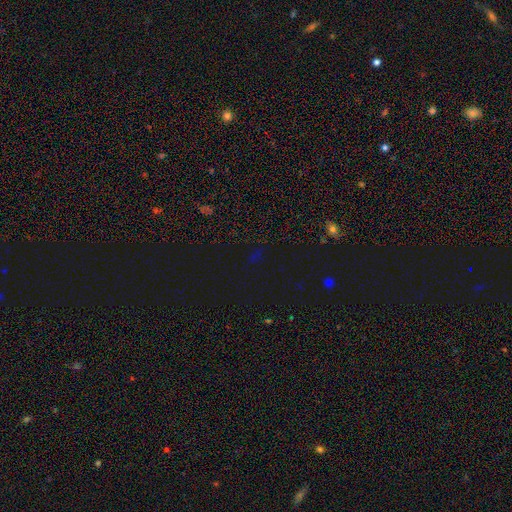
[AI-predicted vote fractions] The model was most divided on "smooth or featured": star or artifact: 76%, smooth: 18%, featured or disk: 7%.